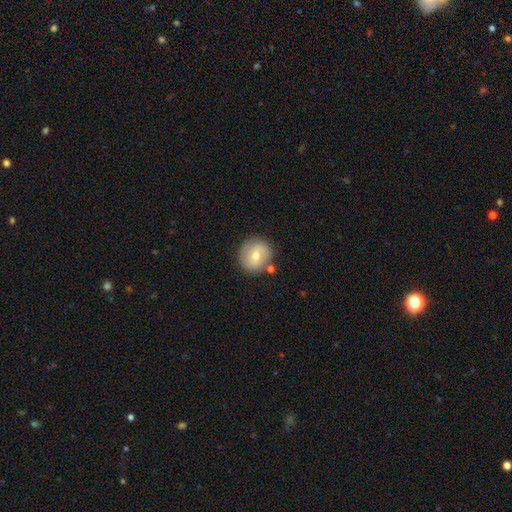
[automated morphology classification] This appears to be a smooth galaxy with no disk features (56%) that is round (90%). Merging: none (79%).